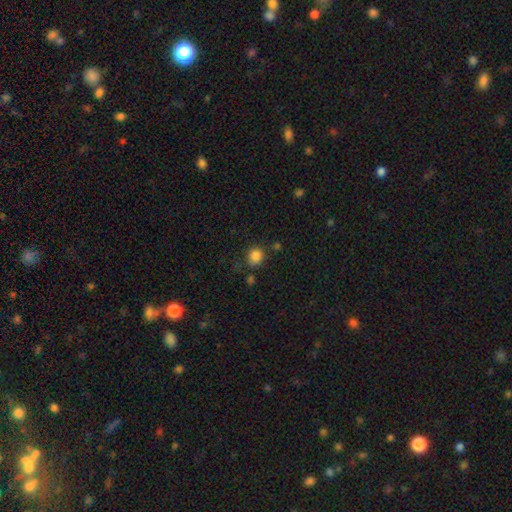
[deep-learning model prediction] A smooth galaxy with no disk features (83%) that is round (78%).

Vote fractions:
- Smooth or featured? smooth: 83% / star or artifact: 12% / featured or disk: 5%
- How rounded? round: 78% / in between: 21% / cigar-shaped: 1%
- Merging? none: 71% / minor disturbance: 17% / merger: 6% / major disturbance: 5%